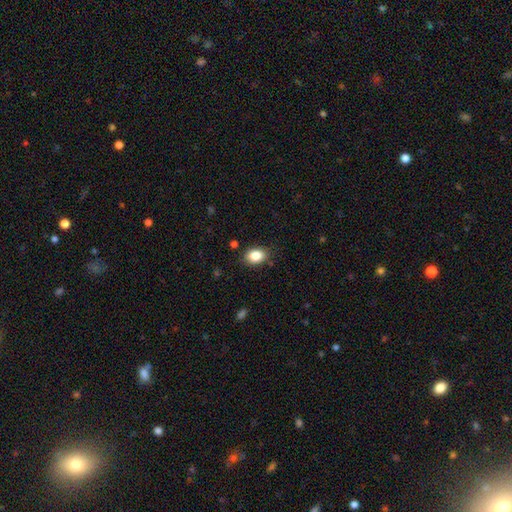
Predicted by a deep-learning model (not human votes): Smooth or featured: smooth — 85% (star or artifact — 9%)
How rounded: in between — 77% (round — 21%)
Merging: none — 84% (minor disturbance — 12%)